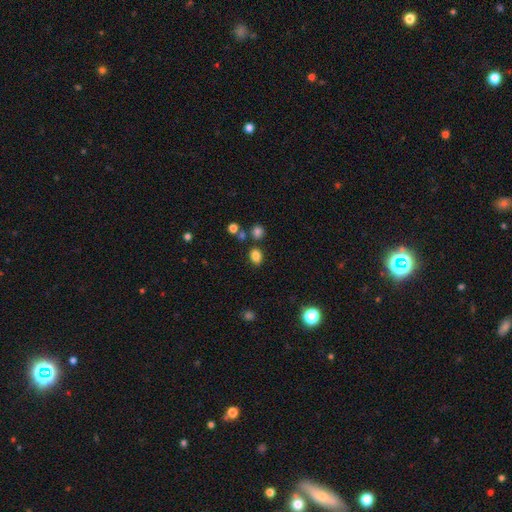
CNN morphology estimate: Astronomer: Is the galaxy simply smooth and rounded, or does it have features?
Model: smooth — 82%.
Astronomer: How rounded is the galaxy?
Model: in between — 67%.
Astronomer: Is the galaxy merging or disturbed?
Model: none — 78%.